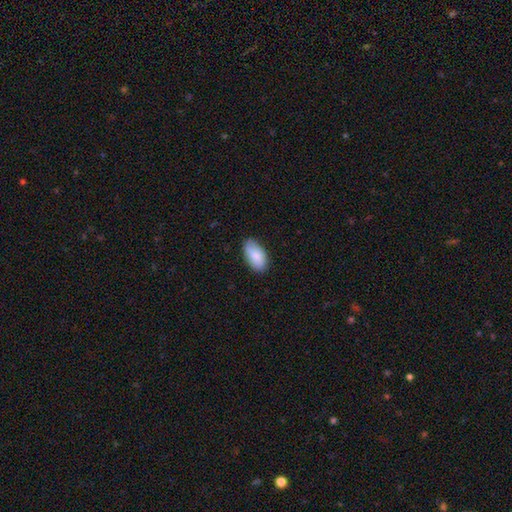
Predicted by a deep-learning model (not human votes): smooth_or_featured: smooth (p=0.87) [alt: featured or disk p=0.07]
how_rounded: in between (p=0.95) [alt: cigar-shaped p=0.03]
merging: none (p=0.82) [alt: minor disturbance p=0.15]